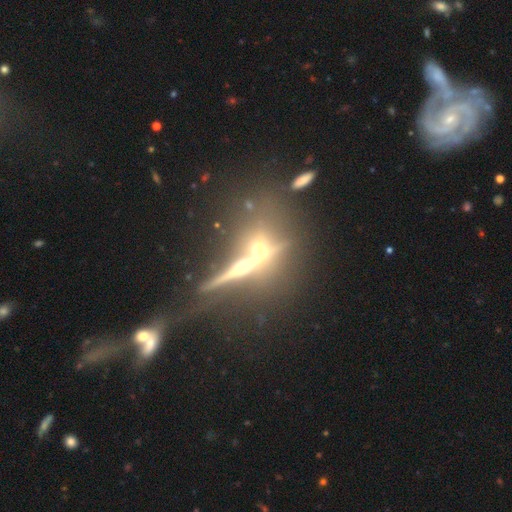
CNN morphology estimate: Overall: featured or disk (63%). Edge-on disk: yes (76%). Merging: none (43%; merger 35%).